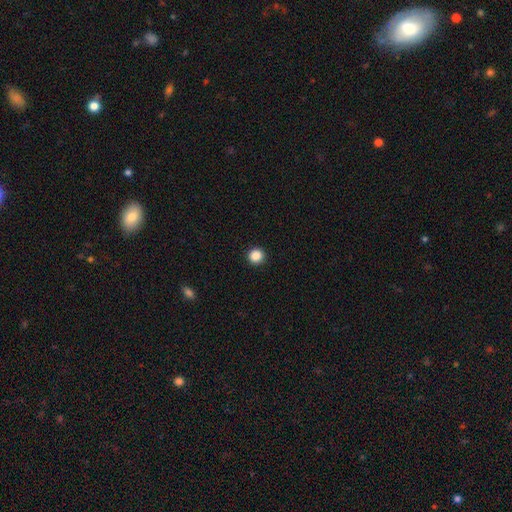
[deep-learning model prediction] Smooth or featured? Predicted: smooth (p=0.87). How rounded? Predicted: round (p=0.93). Merging? Predicted: none (p=0.93).